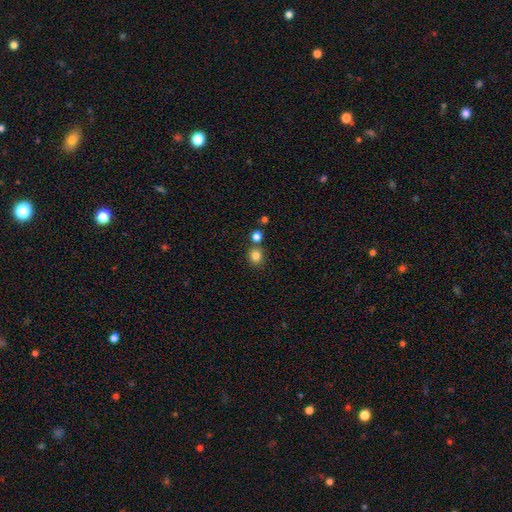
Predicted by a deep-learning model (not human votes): Smooth or featured? smooth (83%)
How rounded? round (78%)
Merging? none (73%)